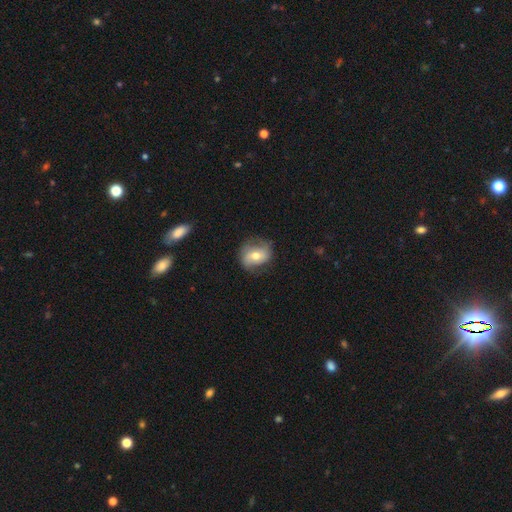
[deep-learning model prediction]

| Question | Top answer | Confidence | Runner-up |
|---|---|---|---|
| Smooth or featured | featured or disk | 47% | smooth (45%) |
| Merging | none | 67% | minor disturbance (23%) |